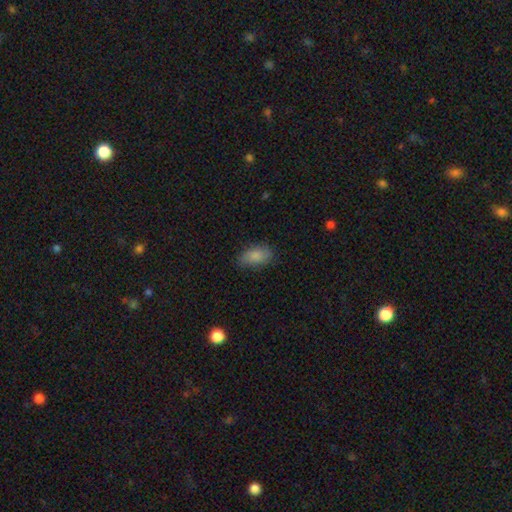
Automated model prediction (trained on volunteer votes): A smooth galaxy with no disk features (85%) that is in between round and cigar-shaped (91%). Merging: none (77%).